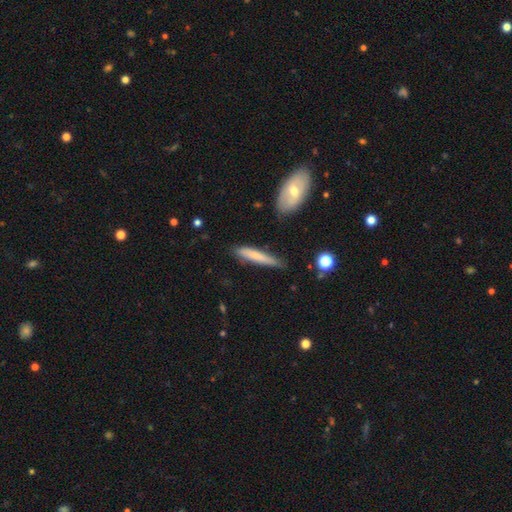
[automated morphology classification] A smooth galaxy with no disk features (66%) that is cigar-shaped (90%). Merging: none (75%).